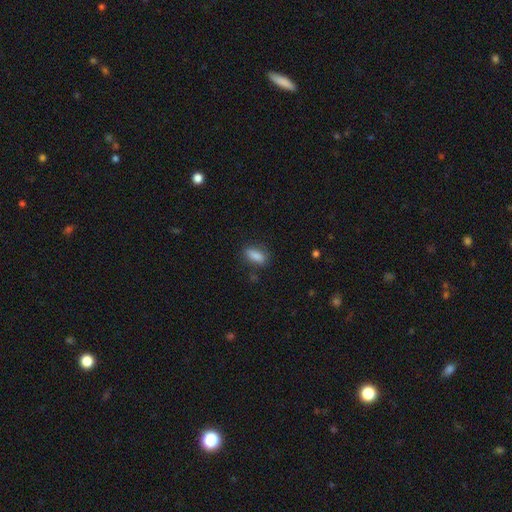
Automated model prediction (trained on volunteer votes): This is clearly a smooth galaxy (86%). How rounded: likely in between (73%). Merging: clearly none (81%).